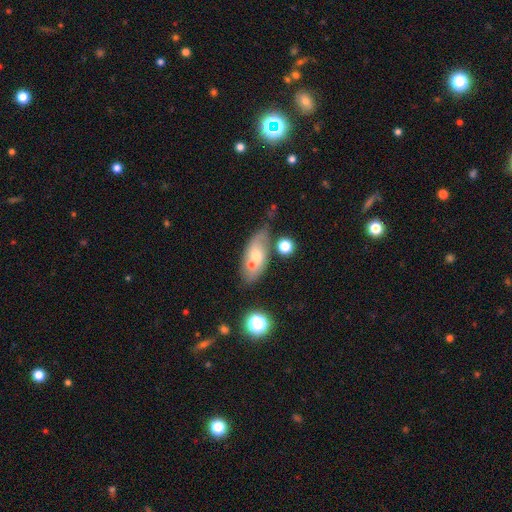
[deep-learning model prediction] Q: Smooth or featured?
A: smooth (49%); runner-up: featured or disk (42%)
Q: Merging?
A: none (43%); runner-up: merger (29%)